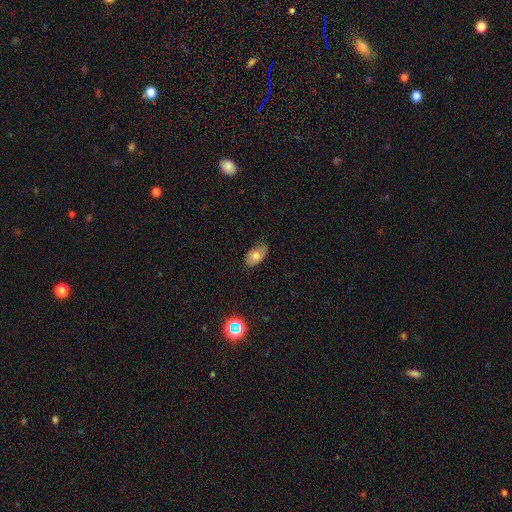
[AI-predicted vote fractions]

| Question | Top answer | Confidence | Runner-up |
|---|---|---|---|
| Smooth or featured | smooth | 71% | featured or disk (19%) |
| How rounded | in between | 92% | round (7%) |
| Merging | none | 78% | minor disturbance (18%) |